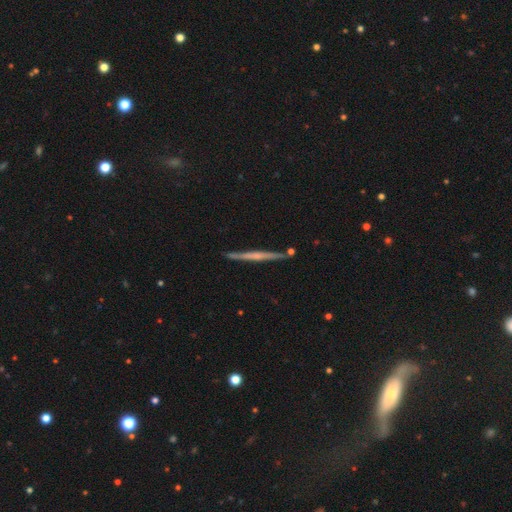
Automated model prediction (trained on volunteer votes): featured or disk 70%, smooth 25%, star or artifact 6%. Down the decision tree: edge-on disk — yes (98%); edge-on bulge — none (46%); merging — none (88%).